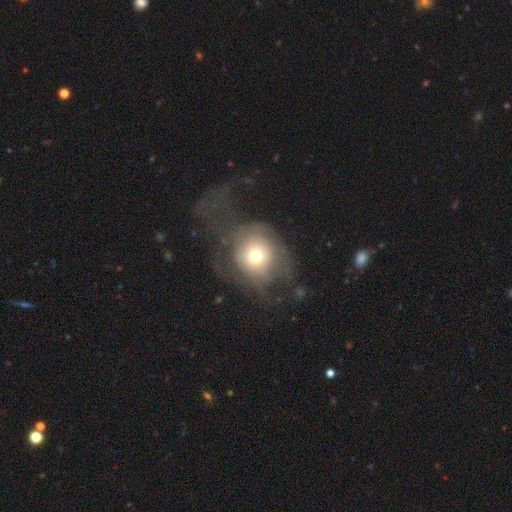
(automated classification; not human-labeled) A smooth galaxy with no disk features (60%) that is round (84%).

Vote fractions:
- Smooth or featured? smooth: 60% / featured or disk: 28% / star or artifact: 13%
- How rounded? round: 84% / in between: 15% / cigar-shaped: 1%
- Merging? major disturbance: 43% / none: 36% / minor disturbance: 18% / merger: 2%